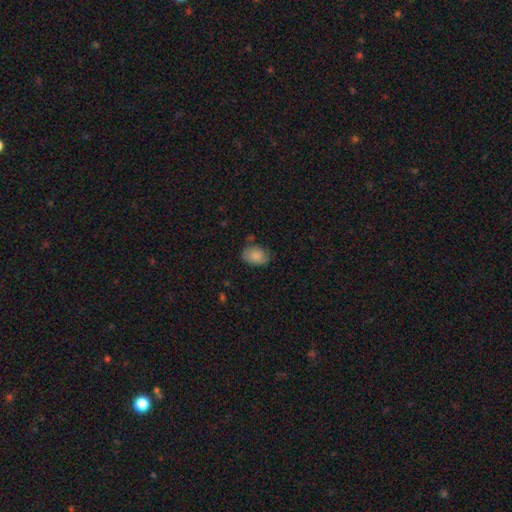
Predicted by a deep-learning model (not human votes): The model was most divided on "merging": none: 69%, minor disturbance: 23%, major disturbance: 5%, merger: 3%. More confident: smooth or featured — smooth (84%); how rounded — in between (76%).